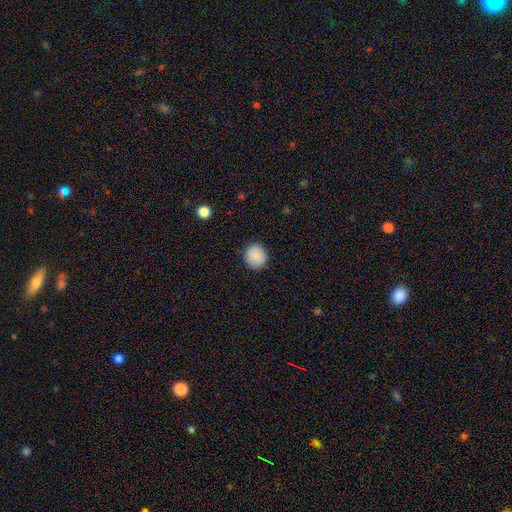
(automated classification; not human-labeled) Q: Smooth or featured?
A: smooth (88%); runner-up: star or artifact (8%)
Q: How rounded?
A: round (88%); runner-up: in between (11%)
Q: Merging?
A: none (89%); runner-up: minor disturbance (8%)